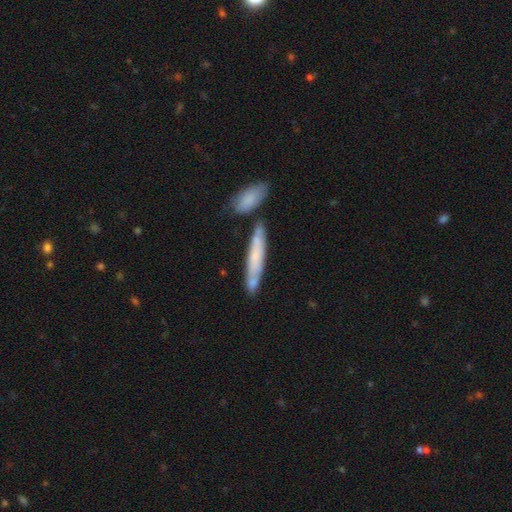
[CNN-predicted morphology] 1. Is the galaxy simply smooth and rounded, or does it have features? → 57% smooth, 36% featured or disk, 7% star or artifact.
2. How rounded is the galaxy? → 89% cigar-shaped, 10% in between, 2% round.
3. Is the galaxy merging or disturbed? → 62% none, 18% merger, 16% minor disturbance, 4% major disturbance.